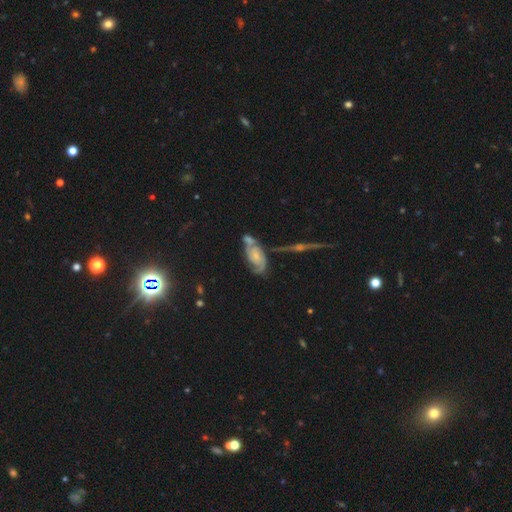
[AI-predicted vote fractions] smooth-or-featured: featured or disk: 77% | smooth: 15% | star or artifact: 8%
  disk-edge-on: no: 94% | yes: 6%
    bar: no: 69% | weak: 26% | strong: 6%
    has-spiral-arms: yes: 93% | no: 7%
      spiral-winding: tight: 44% | medium: 42% | loose: 14%
      spiral-arm-count: 2: 72% | can't tell: 12% | 3: 7% | 1: 5% | 4: 2% | more than 4: 2%
    bulge-size: small: 59% | moderate: 29% | none: 8% | large: 3% | dominant: 1%
  merging: none: 42% | merger: 29% | minor disturbance: 20% | major disturbance: 10%